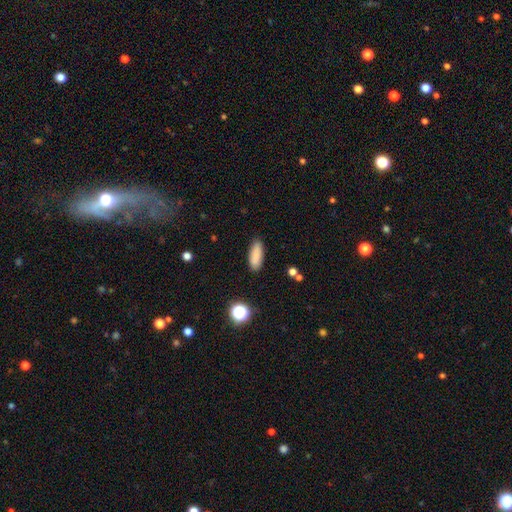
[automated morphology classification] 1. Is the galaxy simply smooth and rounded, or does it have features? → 86% smooth, 8% star or artifact, 6% featured or disk.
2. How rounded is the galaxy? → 68% in between, 30% cigar-shaped, 2% round.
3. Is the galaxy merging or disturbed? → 88% none, 8% minor disturbance, 2% major disturbance, 1% merger.